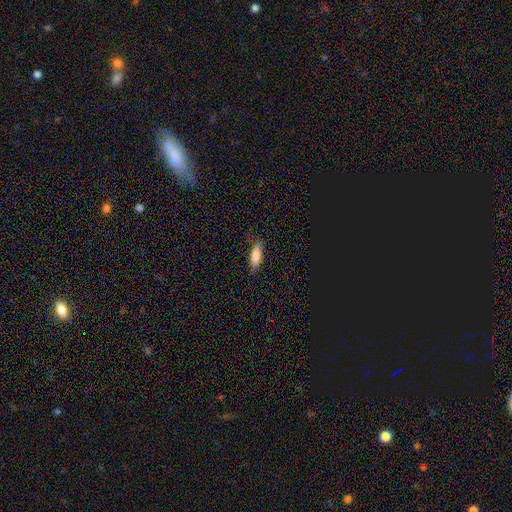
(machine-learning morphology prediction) Smooth or featured? Predicted: smooth (p=0.78). How rounded? Predicted: in between (p=0.49, tied with cigar-shaped). Merging? Predicted: none (p=0.79).